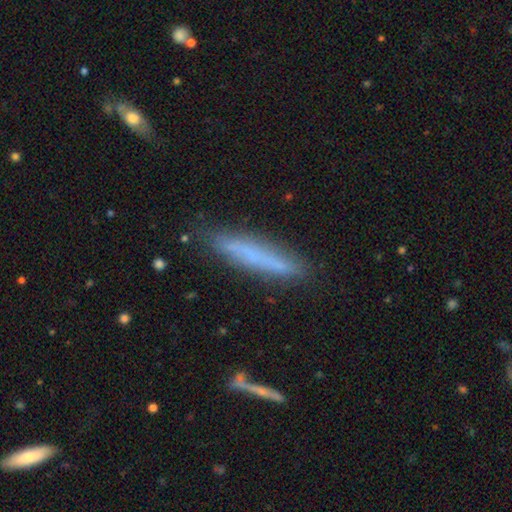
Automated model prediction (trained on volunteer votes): Smooth or featured: smooth — 61% (featured or disk — 30%)
How rounded: cigar-shaped — 92% (in between — 7%)
Merging: none — 82% (minor disturbance — 13%)